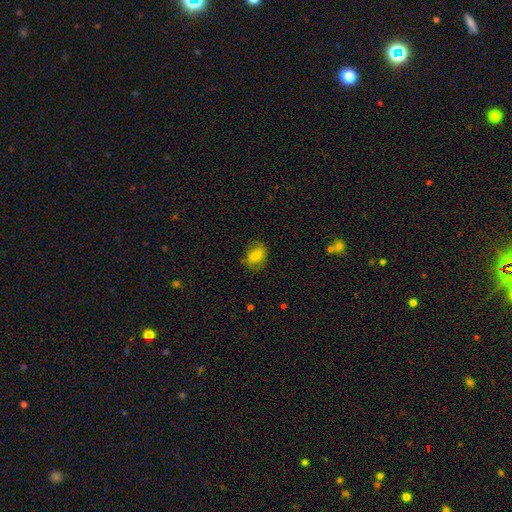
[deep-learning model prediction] Smooth or featured? Predicted: smooth (p=0.71). How rounded? Predicted: in between (p=0.67). Merging? Predicted: none (p=0.70).